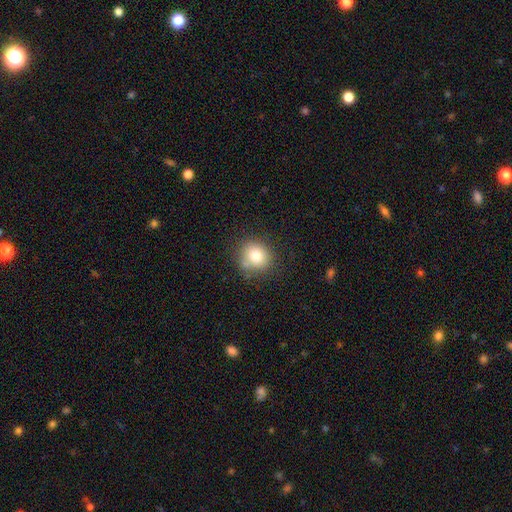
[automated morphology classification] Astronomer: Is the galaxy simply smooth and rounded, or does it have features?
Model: smooth — 77%.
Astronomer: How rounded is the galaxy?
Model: round — 83%.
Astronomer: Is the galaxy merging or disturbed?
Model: none — 74%.